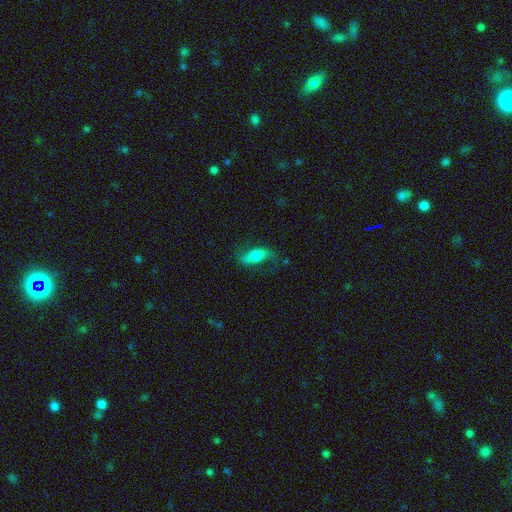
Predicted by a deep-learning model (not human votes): smooth-or-featured: featured or disk: 49% | smooth: 42% | star or artifact: 9%
  merging: none: 62% | minor disturbance: 21% | major disturbance: 16% | merger: 2%